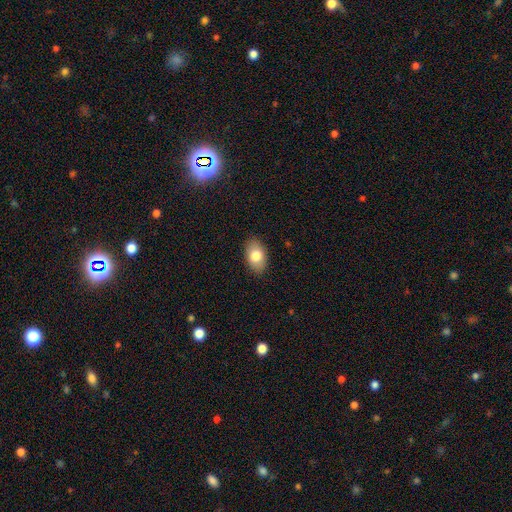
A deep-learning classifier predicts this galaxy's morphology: Smooth or featured? smooth (79%)
How rounded? in between (91%)
Merging? none (88%)